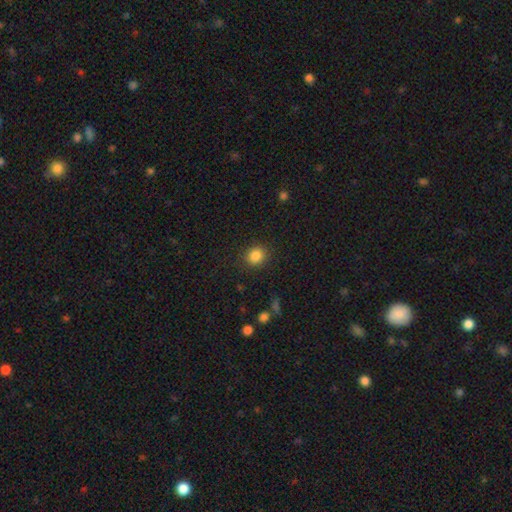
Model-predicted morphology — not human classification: This is clearly a smooth galaxy (85%). How rounded: likely round (80%). Merging: clearly none (88%).